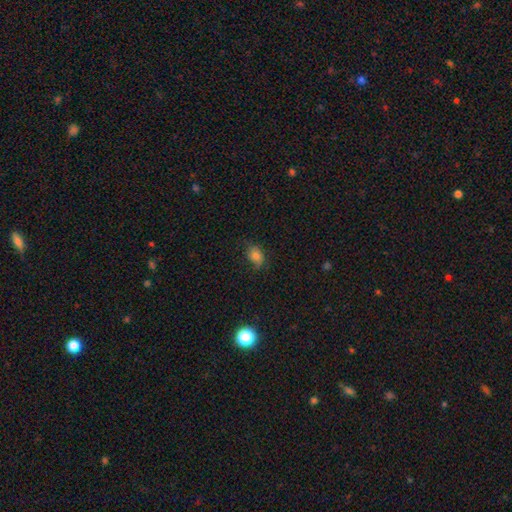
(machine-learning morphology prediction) A smooth galaxy with no disk features (77%) that is in between round and cigar-shaped (71%).

Vote fractions:
- Smooth or featured? smooth: 77% / star or artifact: 13% / featured or disk: 11%
- How rounded? in between: 71% / round: 27% / cigar-shaped: 2%
- Merging? none: 64% / minor disturbance: 27% / major disturbance: 8% / merger: 1%